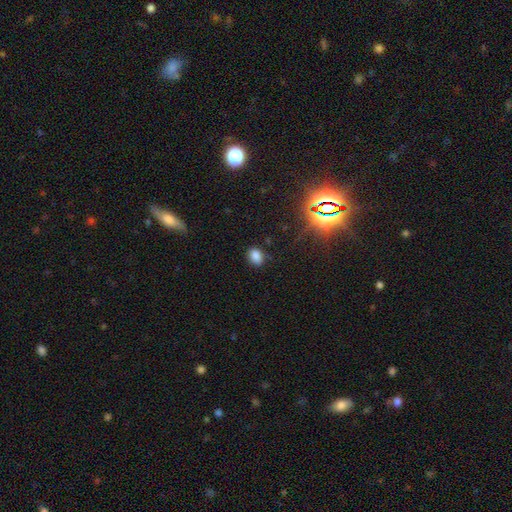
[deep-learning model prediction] smooth-or-featured: smooth: 80% | star or artifact: 15% | featured or disk: 5%
  how-rounded: in between: 69% | round: 30% | cigar-shaped: 1%
  merging: none: 81% | minor disturbance: 14% | major disturbance: 3% | merger: 2%